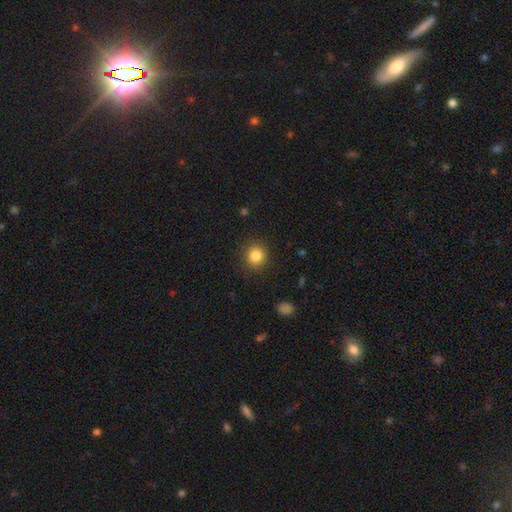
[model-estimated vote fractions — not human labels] smooth_or_featured: smooth (p=0.84) [alt: star or artifact p=0.11]
how_rounded: round (p=0.89) [alt: in between p=0.11]
merging: none (p=0.89) [alt: minor disturbance p=0.08]